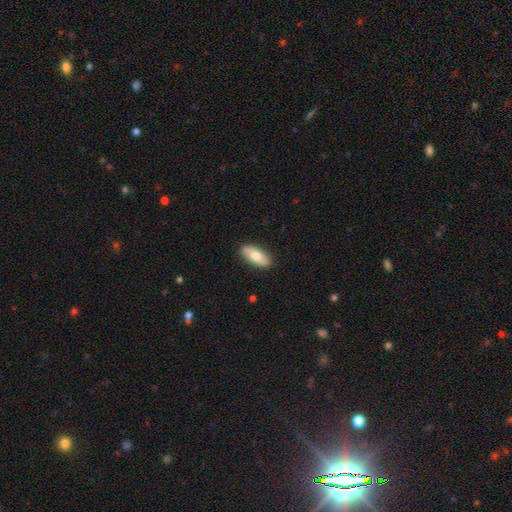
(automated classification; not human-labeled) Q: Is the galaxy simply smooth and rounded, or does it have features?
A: smooth — 71%.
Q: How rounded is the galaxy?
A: in between — 82%.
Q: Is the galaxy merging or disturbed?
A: none — 88%.